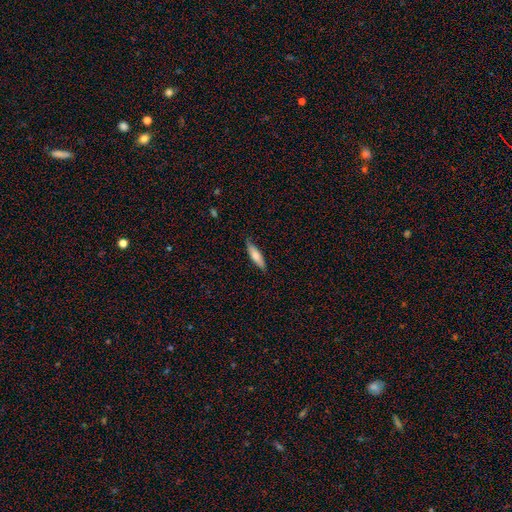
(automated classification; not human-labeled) Q: Smooth or featured?
A: smooth (70%); runner-up: featured or disk (24%)
Q: How rounded?
A: cigar-shaped (67%); runner-up: in between (31%)
Q: Merging?
A: none (82%); runner-up: minor disturbance (14%)